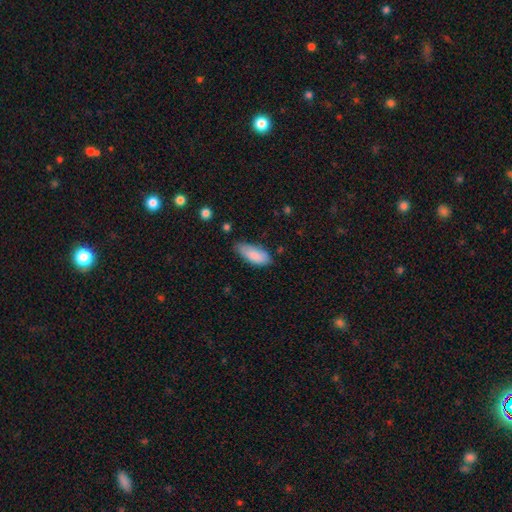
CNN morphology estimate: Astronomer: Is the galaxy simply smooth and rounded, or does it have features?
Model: smooth — 85%.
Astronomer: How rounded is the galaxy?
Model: in between — 81%.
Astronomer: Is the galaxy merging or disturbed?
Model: none — 64%.